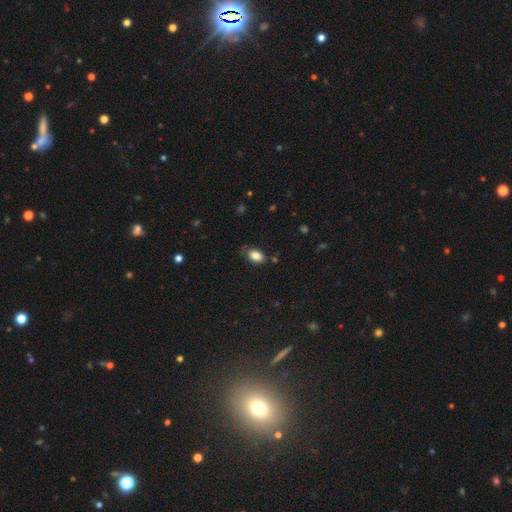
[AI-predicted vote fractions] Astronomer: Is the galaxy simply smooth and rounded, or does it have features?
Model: smooth — 85%.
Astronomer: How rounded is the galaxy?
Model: in between — 88%.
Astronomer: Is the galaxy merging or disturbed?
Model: none — 73%.